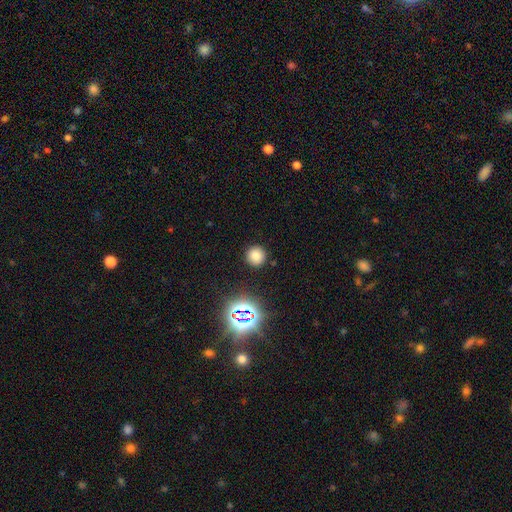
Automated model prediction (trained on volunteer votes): A smooth galaxy with no disk features (75%) that is round (94%).

Vote fractions:
- Smooth or featured? smooth: 75% / star or artifact: 19% / featured or disk: 6%
- How rounded? round: 94% / in between: 5% / cigar-shaped: 1%
- Merging? none: 90% / minor disturbance: 6% / major disturbance: 2% / merger: 2%